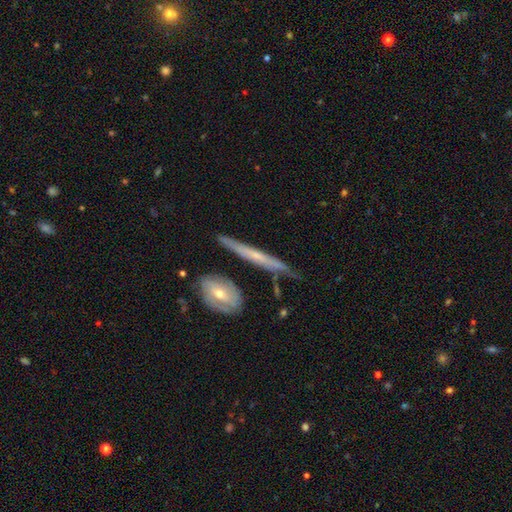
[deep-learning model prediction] Overall: featured or disk (60%; smooth 33%). Edge-on disk: yes (83%). Merging: none (71%).